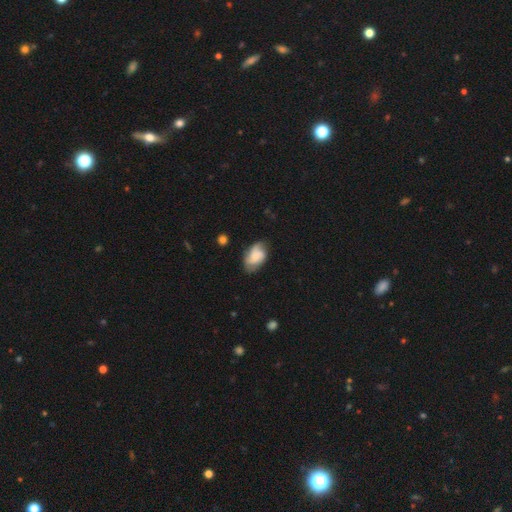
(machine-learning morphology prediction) smooth_or_featured: smooth (p=0.48) [alt: featured or disk p=0.44]
merging: none (p=0.62) [alt: minor disturbance p=0.26]